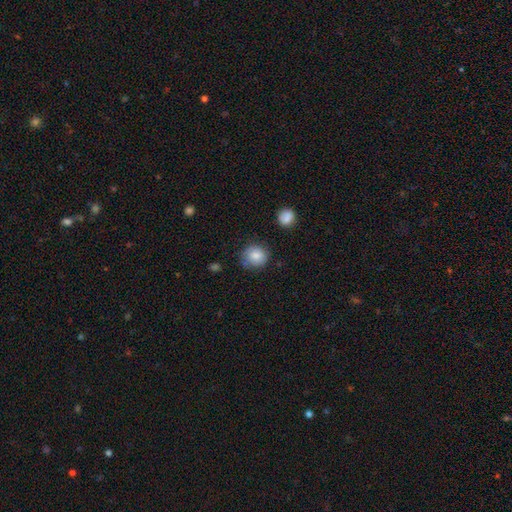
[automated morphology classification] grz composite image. It shows a smooth galaxy with no disk features (83%) that is round (86%). Merging: none (78%).